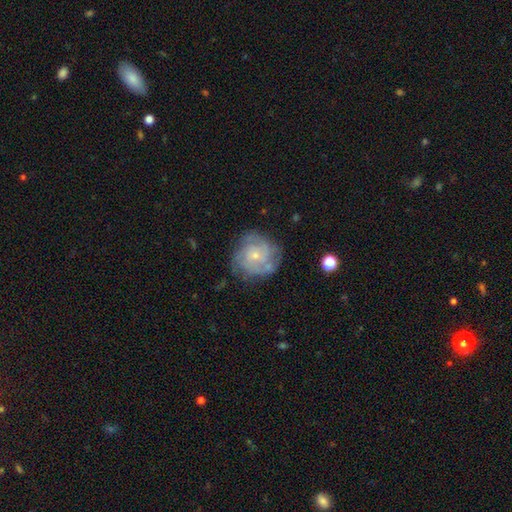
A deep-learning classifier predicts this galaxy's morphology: Smooth or featured? featured or disk (73%)
Edge-on disk? no (98%)
Bar? no (77%)
Spiral arms? yes (87%)
Spiral winding? tight (58%)
Spiral arm count? can't tell (38%)
Bulge size? small (75%)
Merging? none (68%)